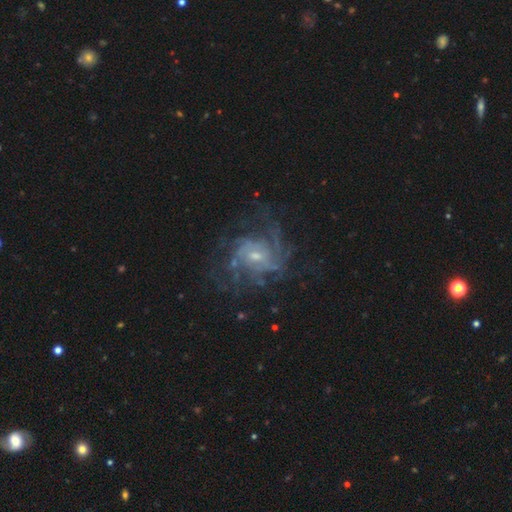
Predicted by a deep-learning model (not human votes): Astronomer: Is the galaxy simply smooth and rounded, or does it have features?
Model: featured or disk — 83%.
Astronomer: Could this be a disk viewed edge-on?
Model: no — 97%.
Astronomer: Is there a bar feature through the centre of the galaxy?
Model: no — 55% (runner-up: weak, 38%).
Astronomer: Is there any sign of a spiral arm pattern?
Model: yes — 90%.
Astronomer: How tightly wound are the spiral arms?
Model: tight — 44% (runner-up: medium, 39%).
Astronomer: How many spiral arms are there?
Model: can't tell — 42%.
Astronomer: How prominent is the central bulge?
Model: small — 59% (runner-up: moderate, 35%).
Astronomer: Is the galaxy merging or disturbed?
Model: none — 64%.